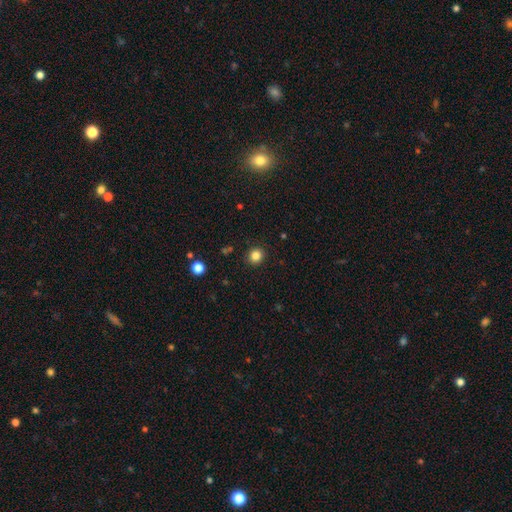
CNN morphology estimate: The model was most divided on "smooth or featured": smooth: 84%, star or artifact: 12%, featured or disk: 4%. More confident: merging — none (91%); how rounded — round (90%).